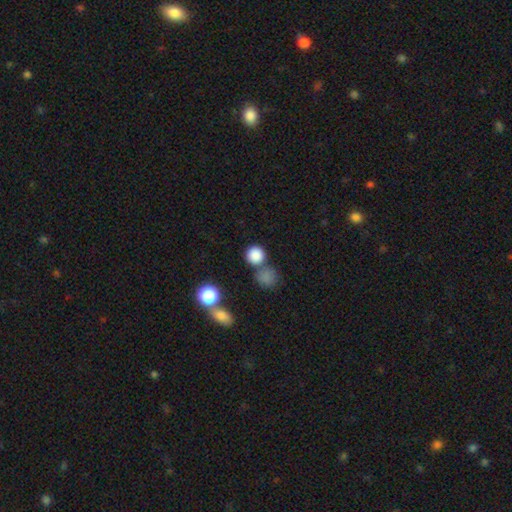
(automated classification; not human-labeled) A smooth galaxy with no disk features (84%) that is round (89%). Merging: none (64%).